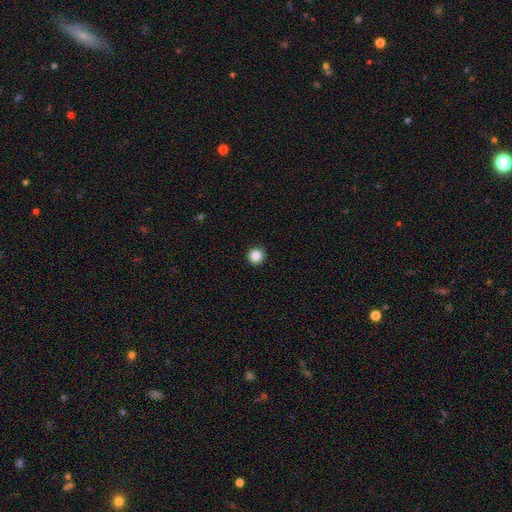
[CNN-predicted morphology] A smooth galaxy with no disk features (86%) that is round (95%).

Vote fractions:
- Smooth or featured? smooth: 86% / star or artifact: 10% / featured or disk: 4%
- How rounded? round: 95% / in between: 4% / cigar-shaped: 1%
- Merging? none: 92% / minor disturbance: 5% / major disturbance: 2% / merger: 1%